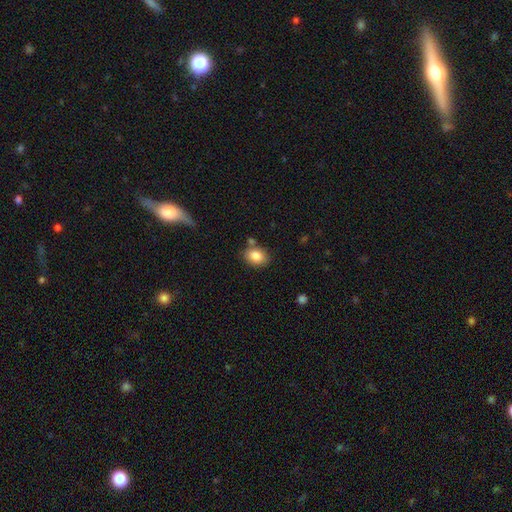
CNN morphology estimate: smooth_or_featured: smooth (p=0.85) [alt: star or artifact p=0.08]
how_rounded: in between (p=0.66) [alt: round p=0.33]
merging: none (p=0.75) [alt: minor disturbance p=0.13]